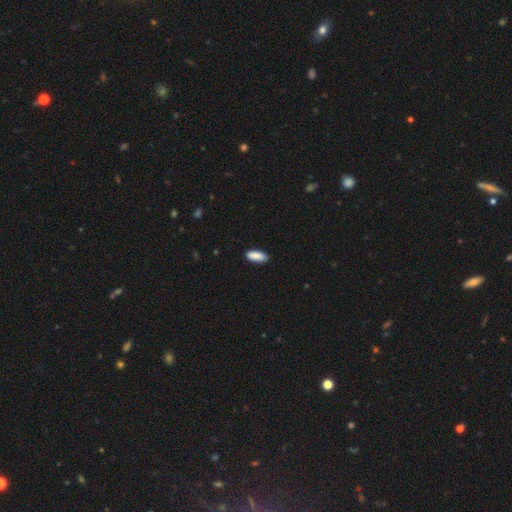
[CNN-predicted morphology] A smooth galaxy with no disk features (90%) that is in between round and cigar-shaped (72%).

Vote fractions:
- Smooth or featured? smooth: 90% / star or artifact: 6% / featured or disk: 4%
- How rounded? in between: 72% / cigar-shaped: 26% / round: 2%
- Merging? none: 87% / minor disturbance: 10% / major disturbance: 2% / merger: 1%